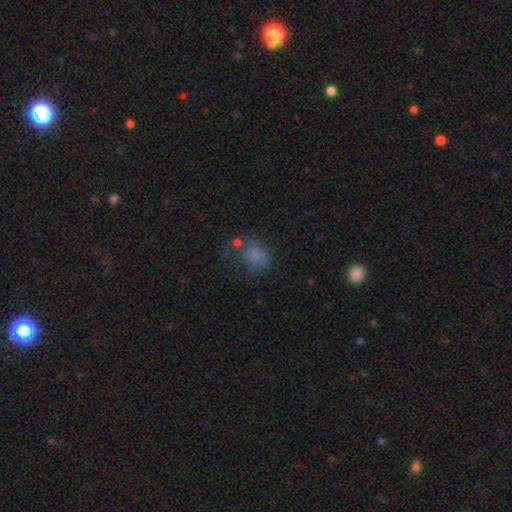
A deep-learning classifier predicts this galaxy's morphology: Smooth or featured? smooth (67%)
How rounded? in between (50%)
Merging? none (32%)